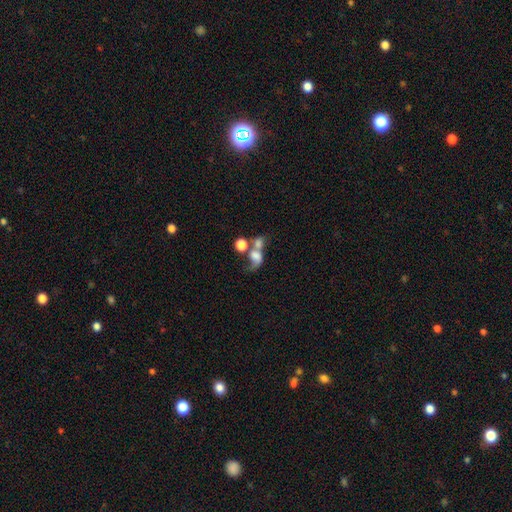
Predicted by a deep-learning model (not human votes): smooth 53%, featured or disk 34%, star or artifact 14%. Down the decision tree: how rounded — in between (54%); merging — merger (57%).